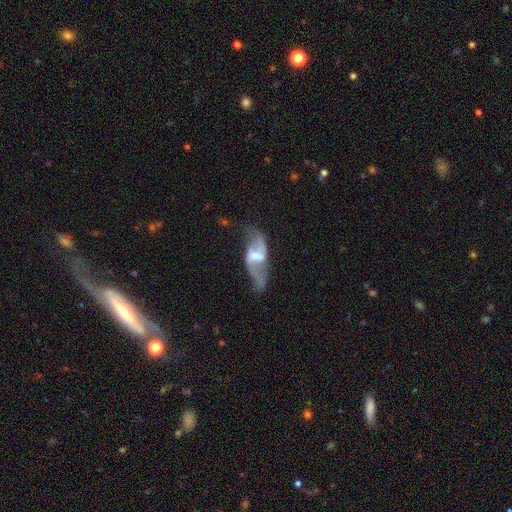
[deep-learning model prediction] Q: Smooth or featured?
A: featured or disk (81%); runner-up: smooth (13%)
Q: Edge-on disk?
A: no (90%); runner-up: yes (10%)
Q: Bar?
A: weak (43%); runner-up: strong (41%)
Q: Spiral arms?
A: yes (83%); runner-up: no (17%)
Q: Spiral winding?
A: loose (71%); runner-up: medium (22%)
Q: Spiral arm count?
A: 2 (89%); runner-up: can't tell (6%)
Q: Bulge size?
A: small (43%); runner-up: moderate (42%)
Q: Merging?
A: none (55%); runner-up: minor disturbance (21%)